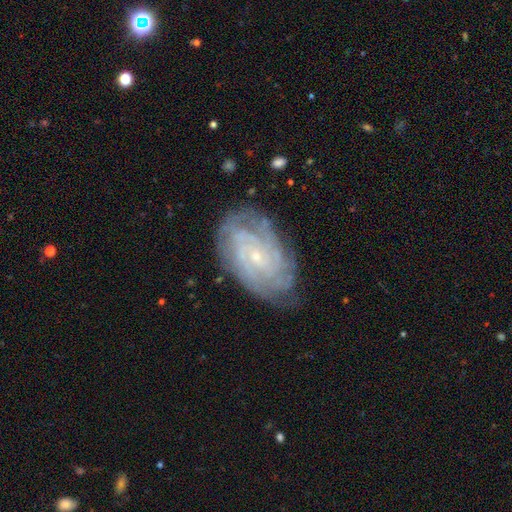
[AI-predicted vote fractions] This is clearly a featured or disk galaxy (84%). It is clearly not viewed edge-on (96%). Bar: likely no (67%). Spiral arm pattern: clearly yes (96%). Spiral arm count: marginally can't tell (35%). Spiral winding: likely tight (75%). Central bulge: clearly small (83%). Merging: likely none (78%).